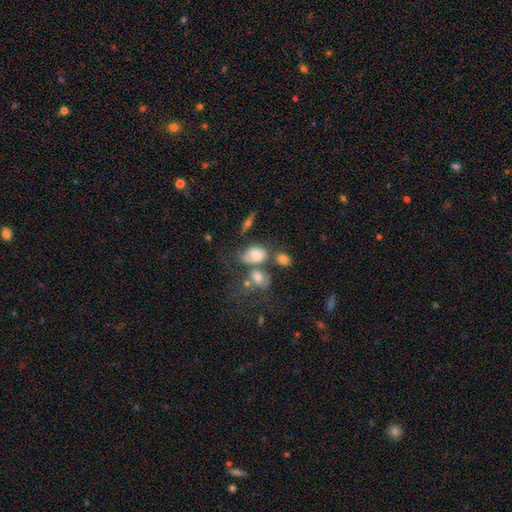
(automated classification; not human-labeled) Q: Smooth or featured?
A: smooth (71%); runner-up: featured or disk (19%)
Q: How rounded?
A: in between (78%); runner-up: round (20%)
Q: Merging?
A: none (39%); runner-up: merger (30%)